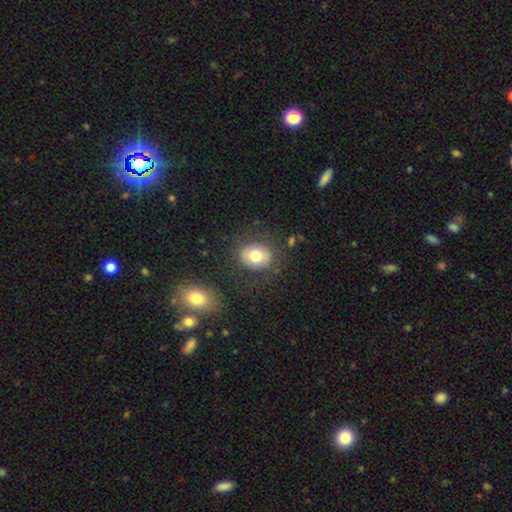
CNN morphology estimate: A smooth galaxy with no disk features (74%) that is round (51%). Merging: none (80%).